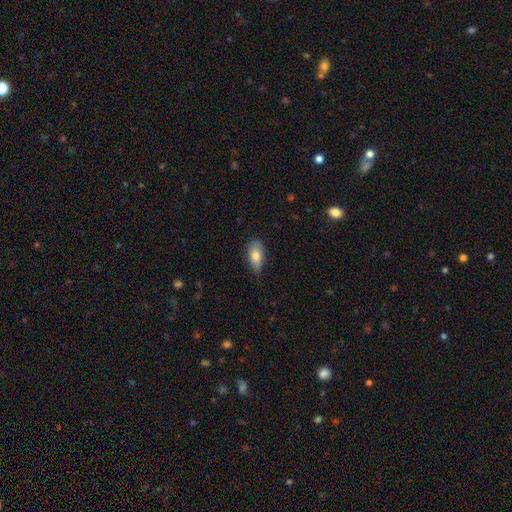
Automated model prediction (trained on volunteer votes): A smooth galaxy with no disk features (77%) that is in between round and cigar-shaped (86%).

Vote fractions:
- Smooth or featured? smooth: 77% / featured or disk: 16% / star or artifact: 7%
- How rounded? in between: 86% / cigar-shaped: 10% / round: 4%
- Merging? none: 71% / minor disturbance: 24% / major disturbance: 4% / merger: 1%